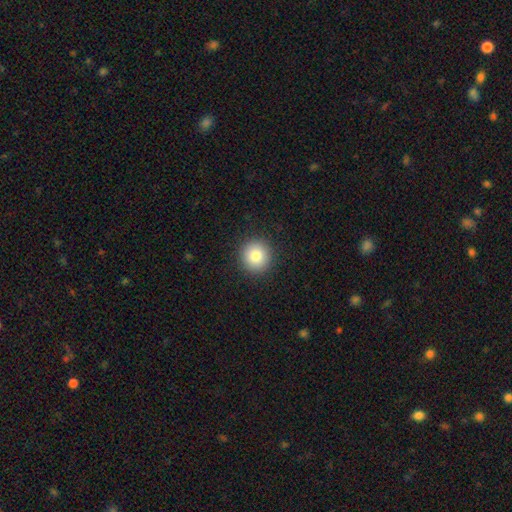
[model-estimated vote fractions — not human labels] smooth_or_featured: smooth (p=0.83) [alt: star or artifact p=0.10]
how_rounded: round (p=0.94) [alt: in between p=0.05]
merging: none (p=0.92) [alt: minor disturbance p=0.05]